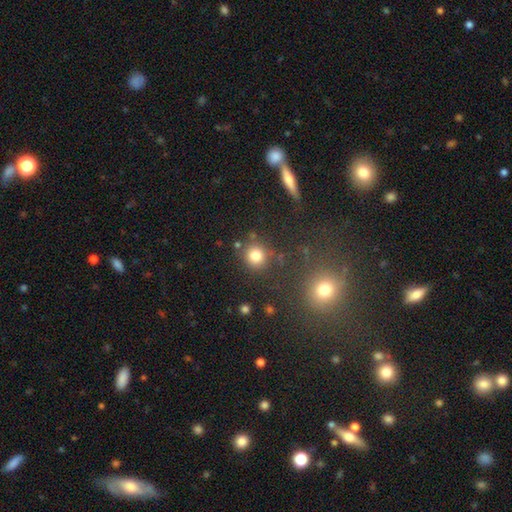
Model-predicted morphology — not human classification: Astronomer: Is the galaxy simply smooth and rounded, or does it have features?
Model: smooth — 79%.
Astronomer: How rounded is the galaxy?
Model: round — 89%.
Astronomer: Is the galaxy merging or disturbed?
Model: none — 79%.